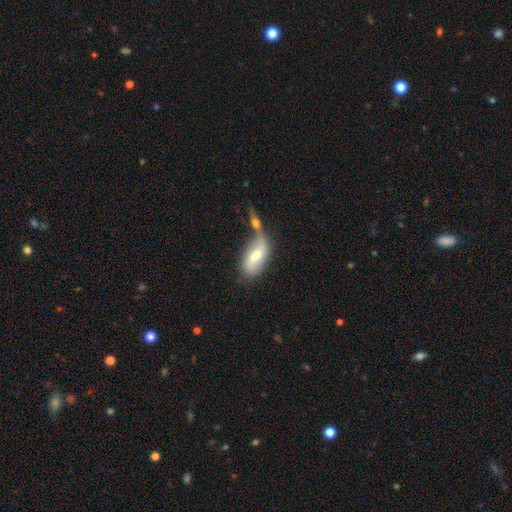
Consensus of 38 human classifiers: Morphology: type=smooth (61%); roundness=in between (83%); merging=none (43%, tied with merger).